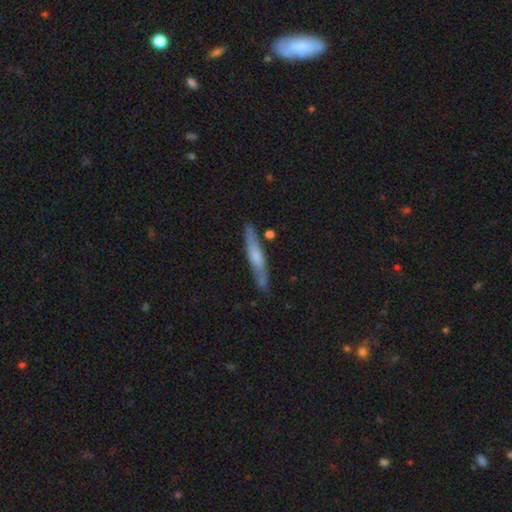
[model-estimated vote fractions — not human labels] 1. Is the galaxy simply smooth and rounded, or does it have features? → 56% featured or disk, 38% smooth, 6% star or artifact.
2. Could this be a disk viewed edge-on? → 93% yes, 7% no.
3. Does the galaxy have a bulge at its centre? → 58% rounded, 24% none, 18% boxy.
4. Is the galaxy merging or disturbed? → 83% none, 12% minor disturbance, 3% merger, 2% major disturbance.